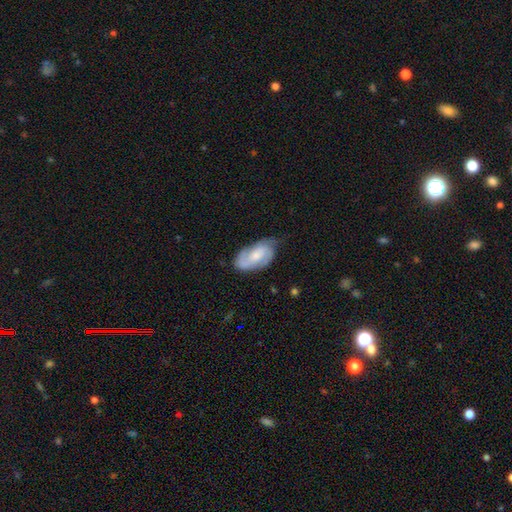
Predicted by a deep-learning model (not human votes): A featured or disk galaxy (66%) with no bar (53%), 2 (61%) medium (44%) spiral arms (91%) and a small central bulge (48%). Merging: none (60%).